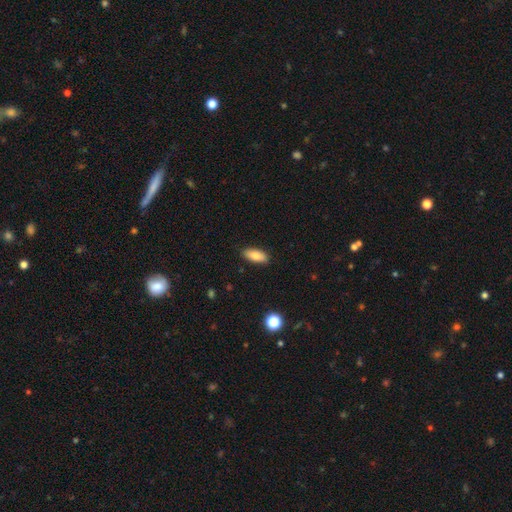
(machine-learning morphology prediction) Overall: smooth (82%). How rounded: in between (84%). Merging: none (87%).